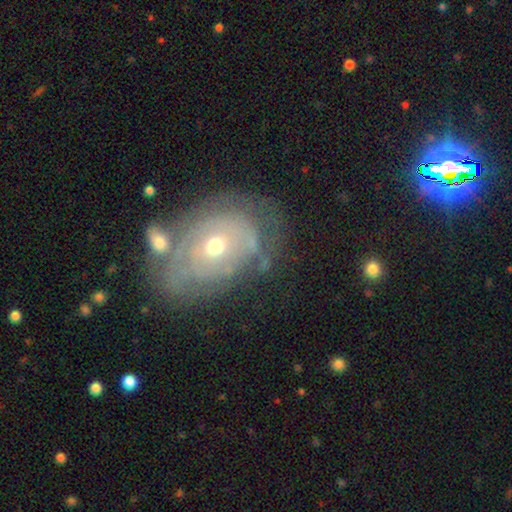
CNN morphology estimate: type=featured or disk (72%); edge-on=no (95%); bar=no (82%); spiral arms=yes (70%); bulge=moderate (55%); merging=none (61%).